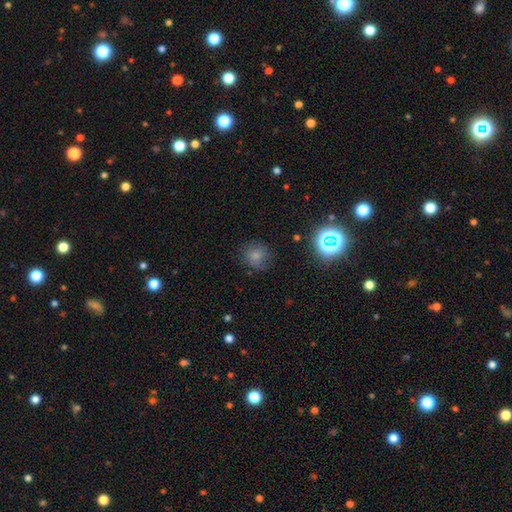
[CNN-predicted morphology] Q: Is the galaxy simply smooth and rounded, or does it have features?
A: smooth — 72%.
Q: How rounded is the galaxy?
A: round — 82%.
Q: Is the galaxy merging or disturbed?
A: none — 69%.